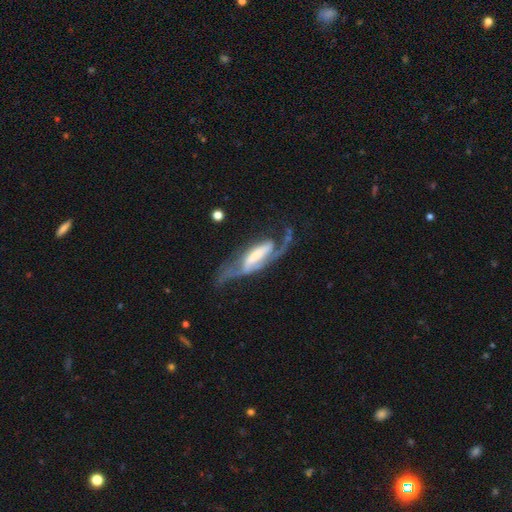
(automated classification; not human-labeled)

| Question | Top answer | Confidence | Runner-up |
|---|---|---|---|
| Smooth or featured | featured or disk | 81% | smooth (13%) |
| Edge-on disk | no | 85% | yes (15%) |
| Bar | strong | 40% | weak (32%) |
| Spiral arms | yes | 92% | no (8%) |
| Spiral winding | medium | 44% | loose (33%) |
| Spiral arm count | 2 | 67% | 1 (20%) |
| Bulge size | large | 30% | none (23%) |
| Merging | none | 41% | major disturbance (34%) |